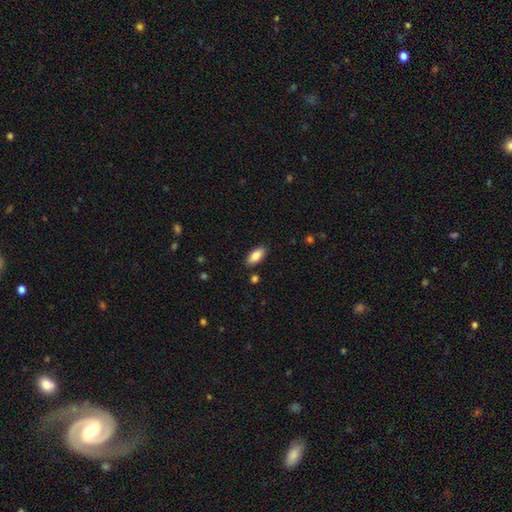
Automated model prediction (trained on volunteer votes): smooth 86%, featured or disk 7%, star or artifact 7%. Down the decision tree: how rounded — in between (88%); merging — none (87%).